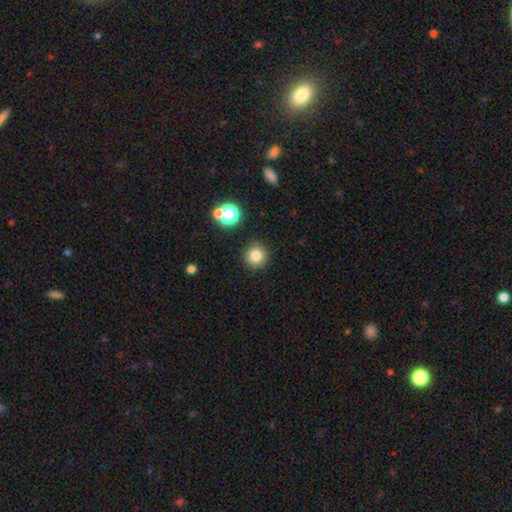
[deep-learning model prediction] The model was most divided on "smooth or featured": smooth: 80%, star or artifact: 14%, featured or disk: 6%. More confident: how rounded — round (94%); merging — none (88%).